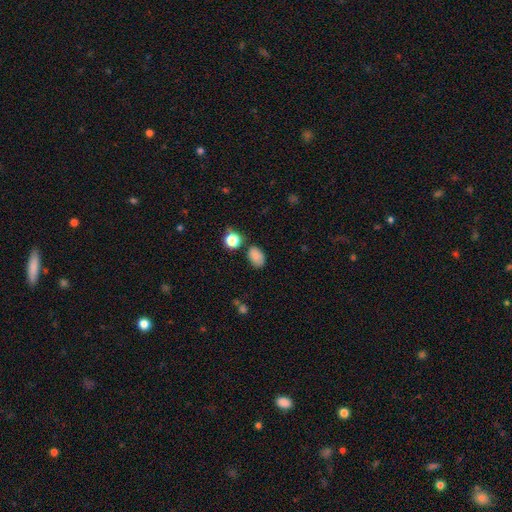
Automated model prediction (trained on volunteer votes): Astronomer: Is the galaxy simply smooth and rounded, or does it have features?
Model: smooth — 82%.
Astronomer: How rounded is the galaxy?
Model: in between — 82%.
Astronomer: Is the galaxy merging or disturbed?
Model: none — 72%.